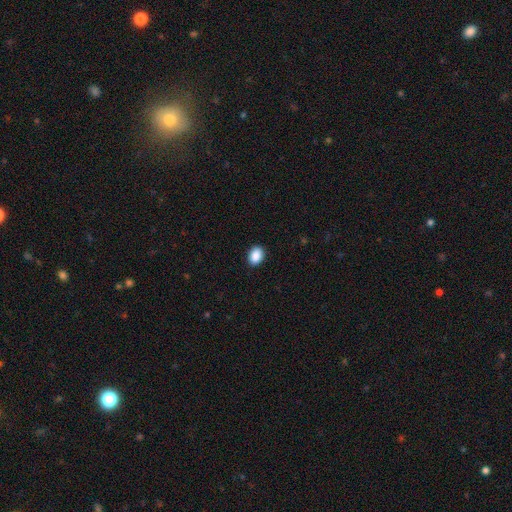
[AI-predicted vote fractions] The model was most divided on "how rounded": in between: 72%, round: 27%, cigar-shaped: 1%. More confident: smooth or featured — smooth (90%); merging — none (89%).